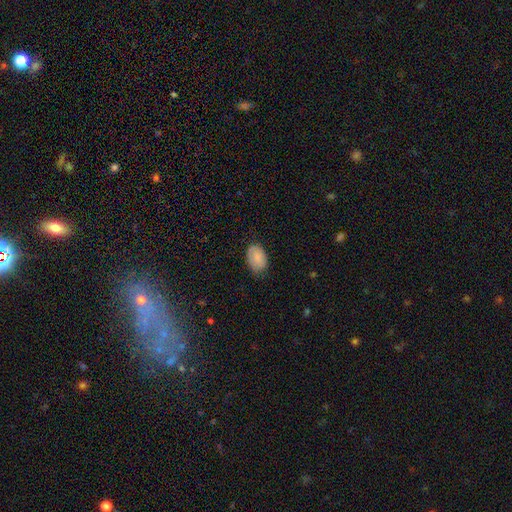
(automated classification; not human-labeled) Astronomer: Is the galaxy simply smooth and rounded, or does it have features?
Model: smooth — 82%.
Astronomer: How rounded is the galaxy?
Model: in between — 89%.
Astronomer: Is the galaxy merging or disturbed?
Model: none — 74%.